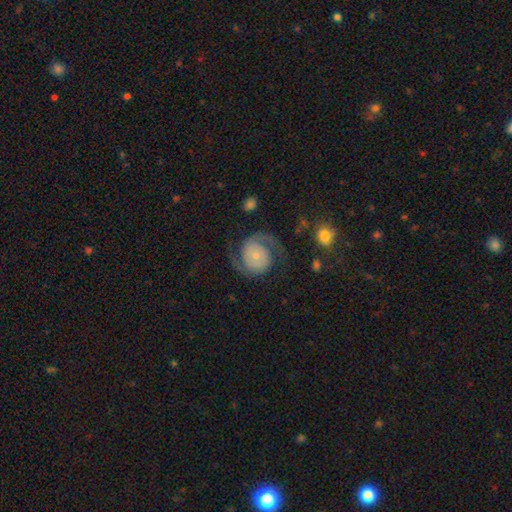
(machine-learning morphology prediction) Smooth or featured? featured or disk (88%)
Edge-on disk? no (98%)
Bar? no (74%)
Spiral arms? yes (98%)
Spiral winding? medium (51%)
Spiral arm count? 2 (94%)
Bulge size? small (70%)
Merging? none (75%)